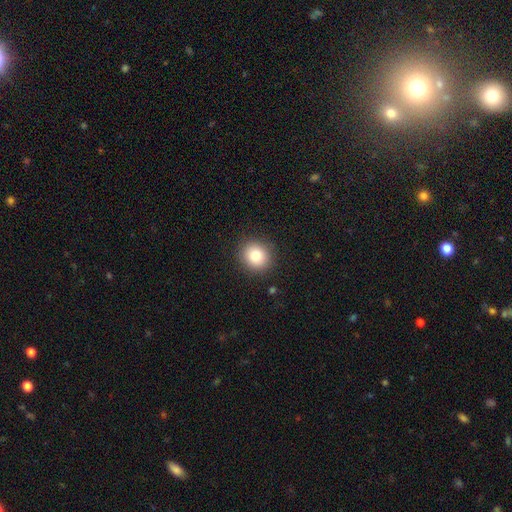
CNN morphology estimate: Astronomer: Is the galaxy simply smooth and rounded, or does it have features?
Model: smooth — 81%.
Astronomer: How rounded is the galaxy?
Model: round — 82%.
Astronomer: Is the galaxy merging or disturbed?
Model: none — 90%.